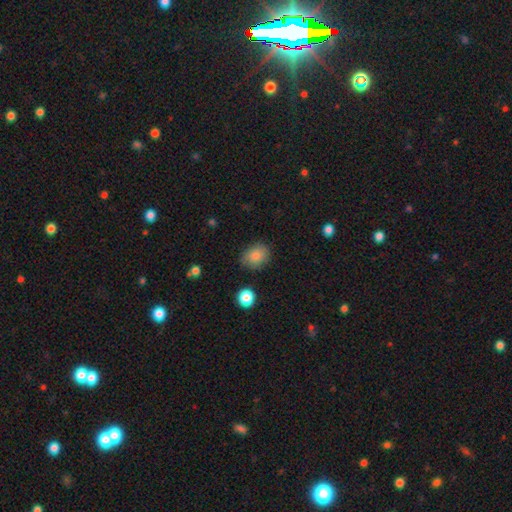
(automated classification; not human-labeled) Smooth or featured?
  - smooth: 83% *
  - star or artifact: 10%
  - featured or disk: 7%
How rounded?
  - in between: 51% *
  - round: 48%
  - cigar-shaped: 1%
Merging?
  - none: 82% *
  - minor disturbance: 13%
  - major disturbance: 3%
  - merger: 2%